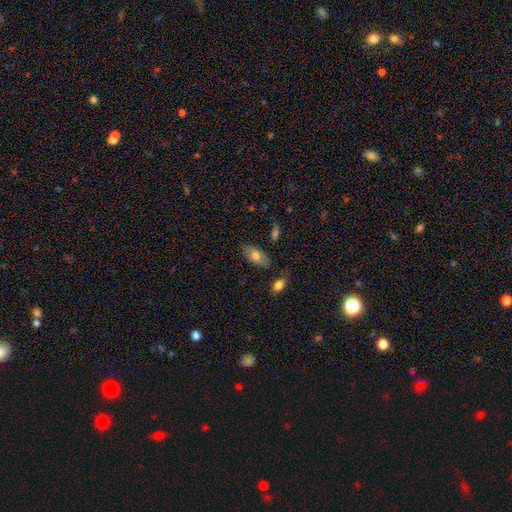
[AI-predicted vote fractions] This is likely a smooth galaxy (72%). How rounded: clearly in between (92%). Merging: likely none (76%).